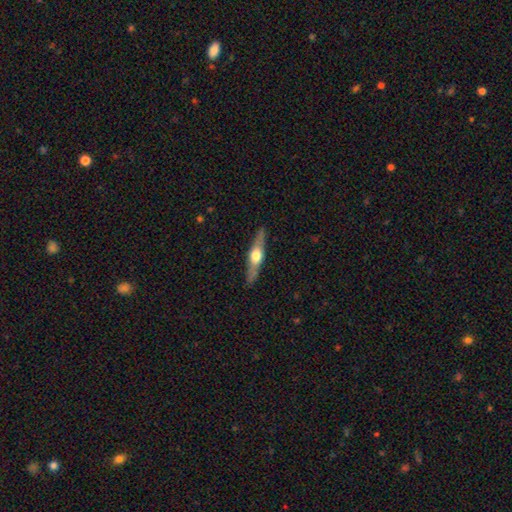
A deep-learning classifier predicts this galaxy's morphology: Smooth or featured? Predicted: featured or disk (p=0.63). Edge-on disk? Predicted: yes (p=0.93). Edge-on bulge? Predicted: rounded (p=0.93). Merging? Predicted: none (p=0.87).